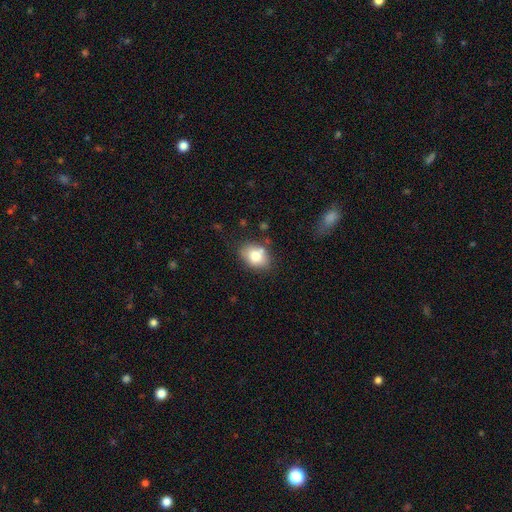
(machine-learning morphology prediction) Overall: smooth (78%). How rounded: in between (70%). Merging: none (70%).